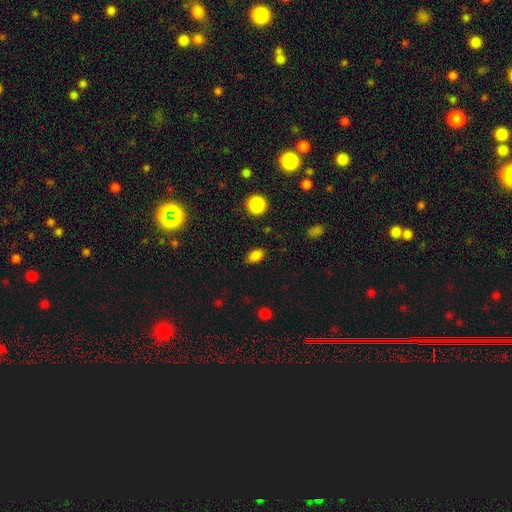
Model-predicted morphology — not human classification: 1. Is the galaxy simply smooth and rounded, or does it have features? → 84% smooth, 11% star or artifact, 5% featured or disk.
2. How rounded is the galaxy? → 86% in between, 12% round, 3% cigar-shaped.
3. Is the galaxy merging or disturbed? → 84% none, 11% minor disturbance, 3% major disturbance, 2% merger.